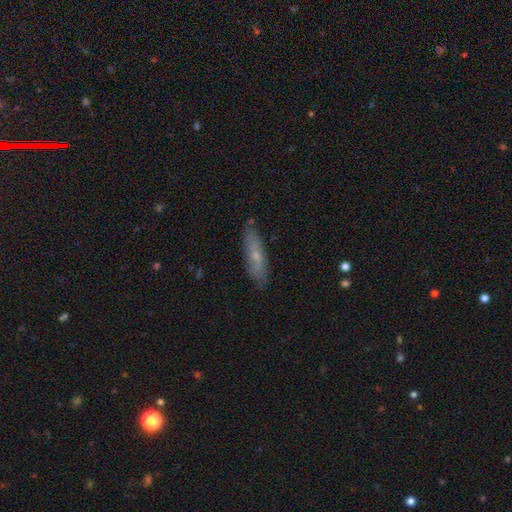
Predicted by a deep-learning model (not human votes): Morphology: type=smooth (53%); roundness=cigar-shaped (68%); merging=none (82%).